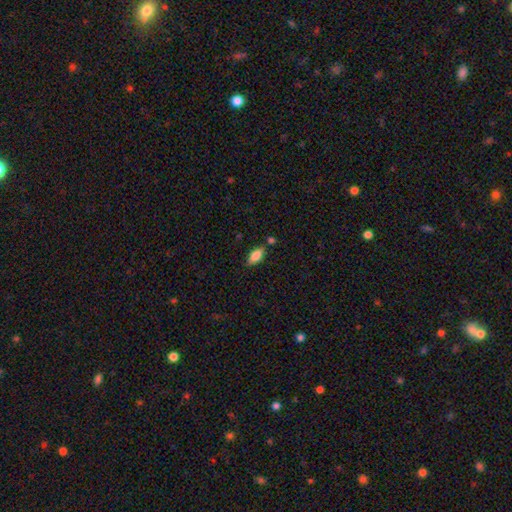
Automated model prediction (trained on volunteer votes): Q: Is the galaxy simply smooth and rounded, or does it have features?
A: smooth — 80%.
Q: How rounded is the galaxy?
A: in between — 84%.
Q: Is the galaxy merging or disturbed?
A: none — 76%.